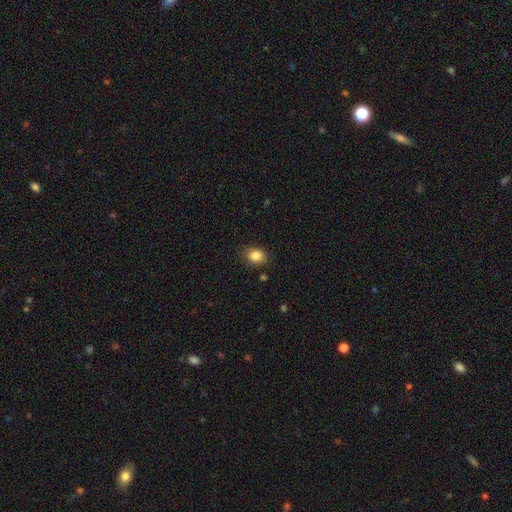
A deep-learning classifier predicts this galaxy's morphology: type=smooth (85%); roundness=round (53%); merging=none (83%).